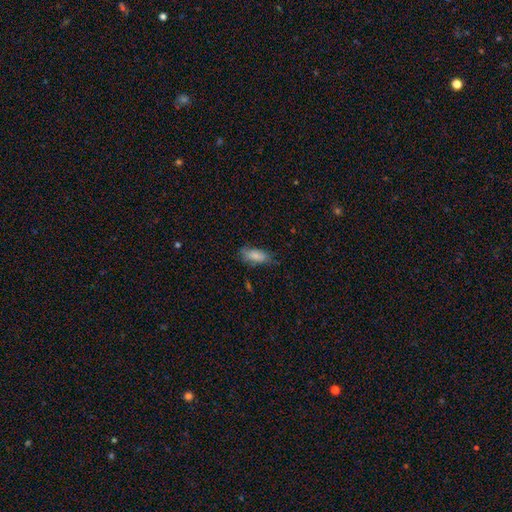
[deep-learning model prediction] smooth 81%, featured or disk 13%, star or artifact 7%. Down the decision tree: how rounded — in between (83%); merging — none (64%).